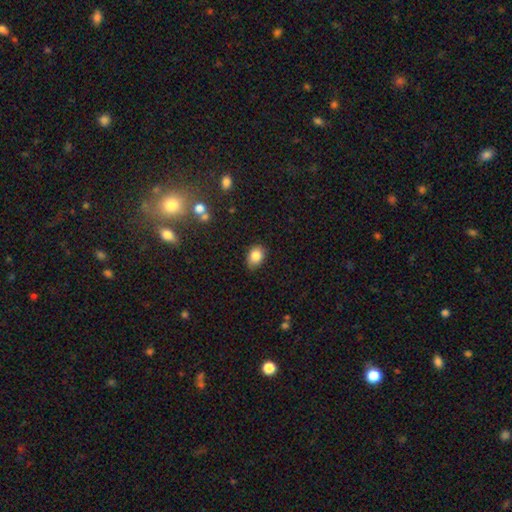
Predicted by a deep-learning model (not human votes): A smooth galaxy with no disk features (84%) that is in between round and cigar-shaped (67%).

Vote fractions:
- Smooth or featured? smooth: 84% / star or artifact: 9% / featured or disk: 7%
- How rounded? in between: 67% / round: 32% / cigar-shaped: 1%
- Merging? none: 80% / minor disturbance: 16% / major disturbance: 3% / merger: 1%